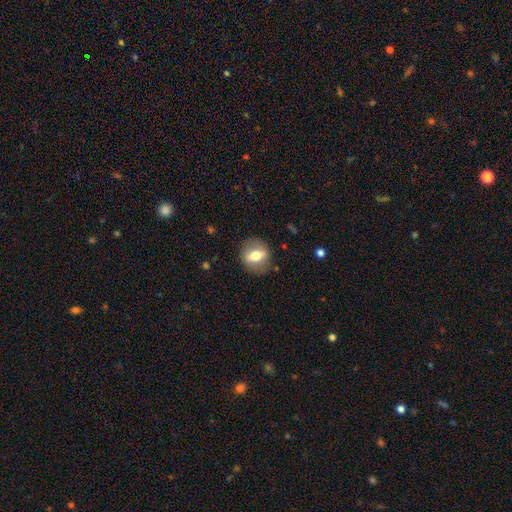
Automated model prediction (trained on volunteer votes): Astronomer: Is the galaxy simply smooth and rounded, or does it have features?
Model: smooth — 53% (runner-up: featured or disk, 39%).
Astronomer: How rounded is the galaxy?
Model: round — 58% (runner-up: in between, 38%).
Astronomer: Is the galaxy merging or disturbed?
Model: none — 84%.